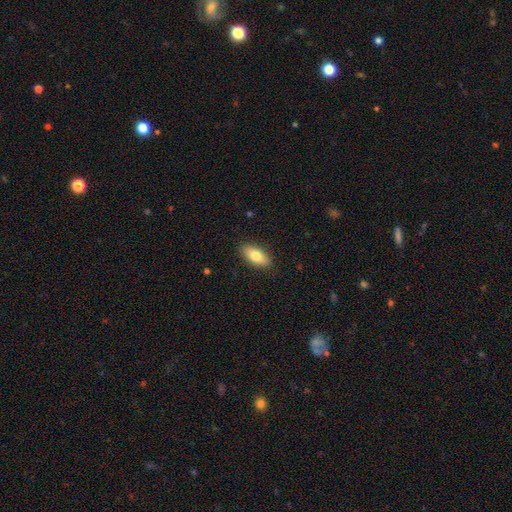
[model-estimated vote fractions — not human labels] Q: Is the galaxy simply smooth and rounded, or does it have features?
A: smooth — 78%.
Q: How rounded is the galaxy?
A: in between — 83%.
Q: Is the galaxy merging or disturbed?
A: none — 88%.